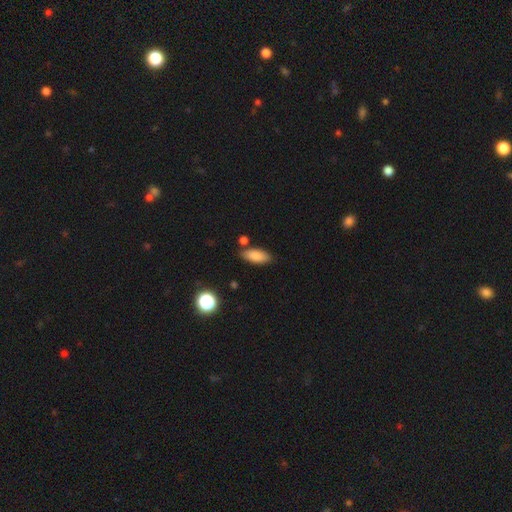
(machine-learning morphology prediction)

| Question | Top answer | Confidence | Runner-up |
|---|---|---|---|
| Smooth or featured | smooth | 84% | featured or disk (8%) |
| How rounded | in between | 83% | cigar-shaped (15%) |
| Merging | none | 78% | minor disturbance (13%) |